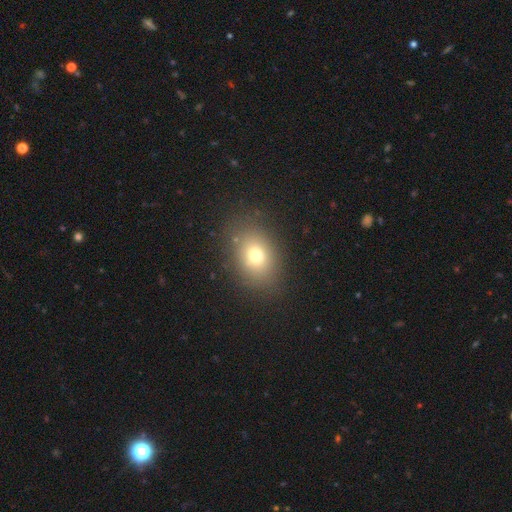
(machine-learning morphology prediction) Smooth or featured? Predicted: smooth (p=0.73). How rounded? Predicted: in between (p=0.63). Merging? Predicted: none (p=0.83).